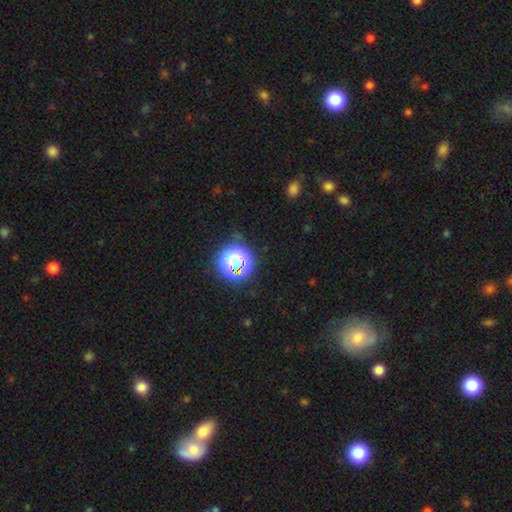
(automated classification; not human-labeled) Morphology: type=star or artifact (71%).